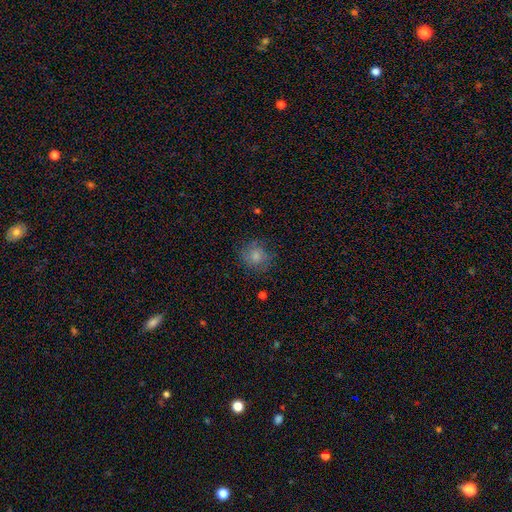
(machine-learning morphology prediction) smooth 56%, featured or disk 25%, star or artifact 19%. Down the decision tree: how rounded — round (81%); merging — none (77%).